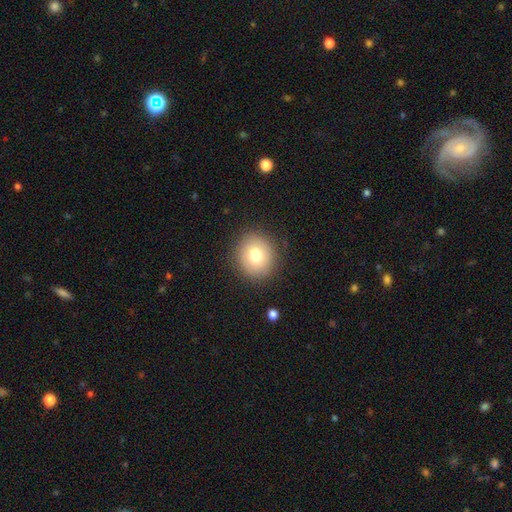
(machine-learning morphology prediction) Overall: smooth (78%). How rounded: round (85%). Merging: none (88%).